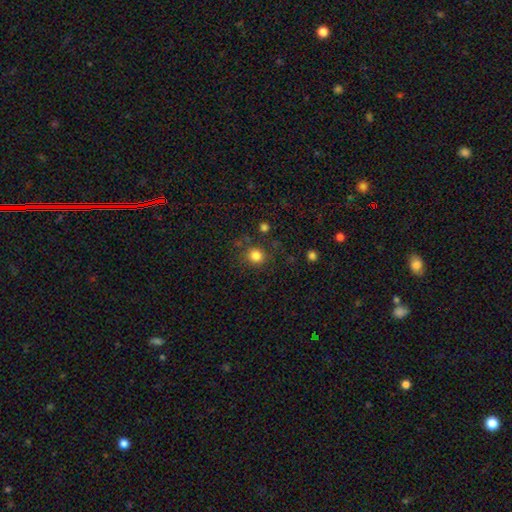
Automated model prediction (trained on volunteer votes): Q: Smooth or featured?
A: smooth (83%); runner-up: star or artifact (12%)
Q: How rounded?
A: round (87%); runner-up: in between (12%)
Q: Merging?
A: none (82%); runner-up: minor disturbance (10%)